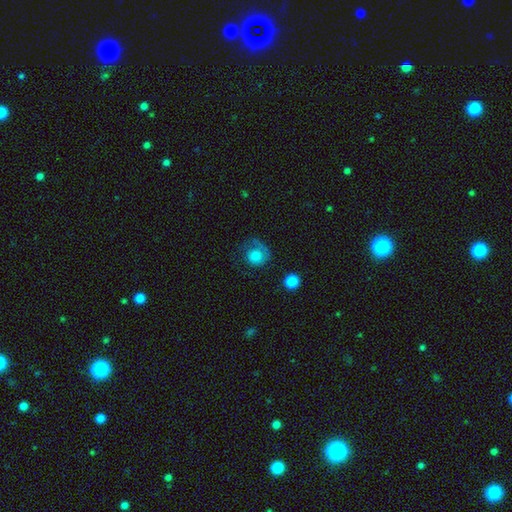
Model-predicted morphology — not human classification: Smooth or featured: smooth — 53% (featured or disk — 39%)
How rounded: round — 79% (in between — 20%)
Merging: none — 49% (major disturbance — 29%)